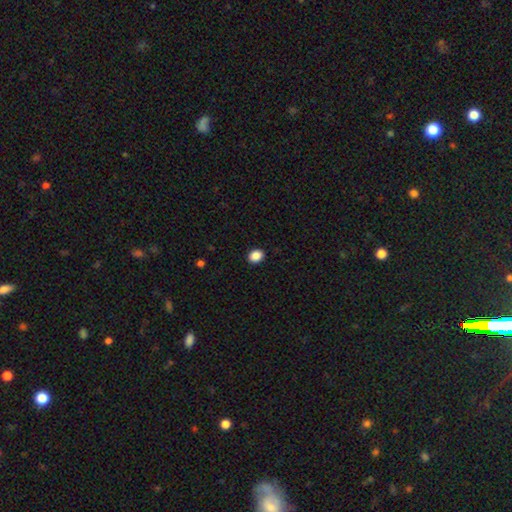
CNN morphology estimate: A smooth galaxy with no disk features (88%) that is in between round and cigar-shaped (51%).

Vote fractions:
- Smooth or featured? smooth: 88% / star or artifact: 9% / featured or disk: 3%
- How rounded? in between: 51% / round: 48% / cigar-shaped: 1%
- Merging? none: 91% / minor disturbance: 6% / major disturbance: 2% / merger: 1%